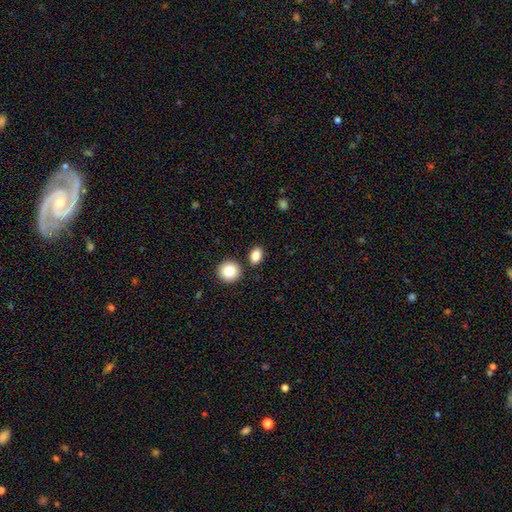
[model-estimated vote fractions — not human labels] Morphology: type=smooth (84%); roundness=in between (66%); merging=none (81%).